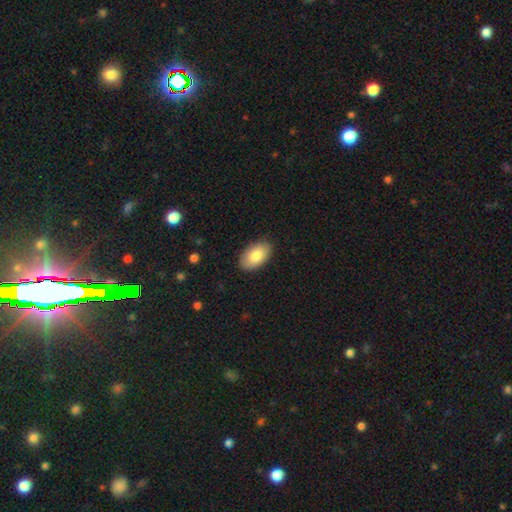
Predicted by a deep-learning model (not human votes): This is clearly a smooth galaxy (84%). How rounded: clearly in between (95%). Merging: clearly none (86%).